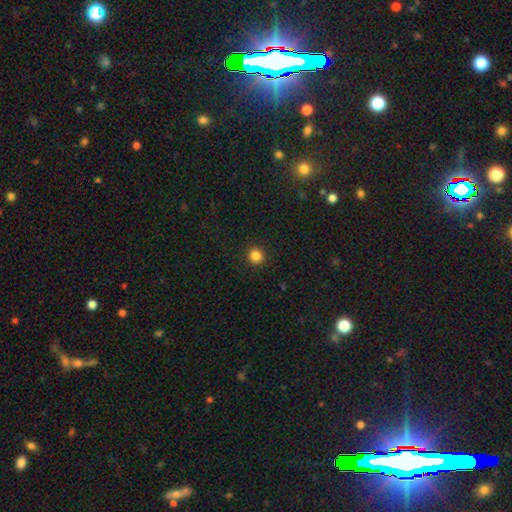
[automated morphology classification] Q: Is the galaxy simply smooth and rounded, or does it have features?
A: smooth — 84%.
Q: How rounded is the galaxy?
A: round — 94%.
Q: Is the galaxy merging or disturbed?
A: none — 93%.